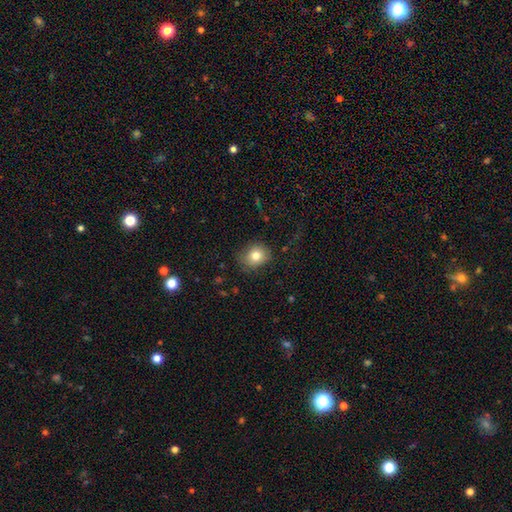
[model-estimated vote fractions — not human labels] This is likely a smooth galaxy (79%). How rounded: likely round (69%). Merging: likely none (77%).